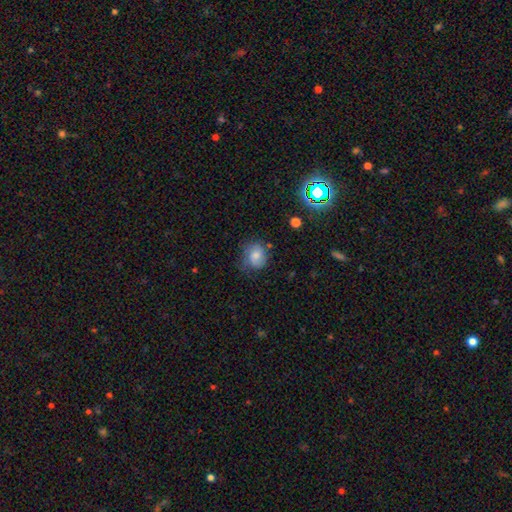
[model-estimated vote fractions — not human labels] smooth_or_featured: smooth (p=0.65) [alt: featured or disk p=0.25]
how_rounded: round (p=0.65) [alt: in between p=0.34]
merging: none (p=0.58) [alt: minor disturbance p=0.28]